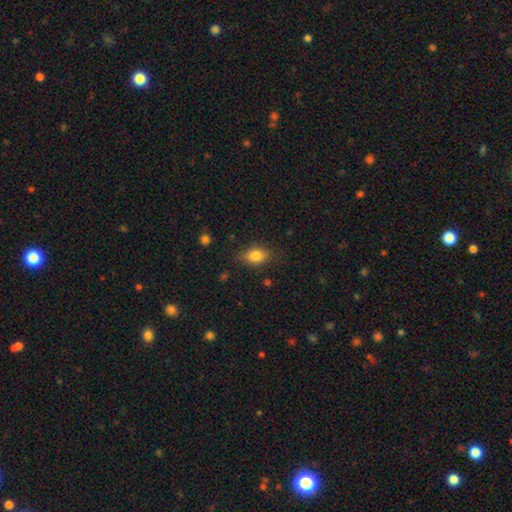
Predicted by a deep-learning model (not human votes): A smooth galaxy with no disk features (83%) that is in between round and cigar-shaped (78%). Merging: none (77%).